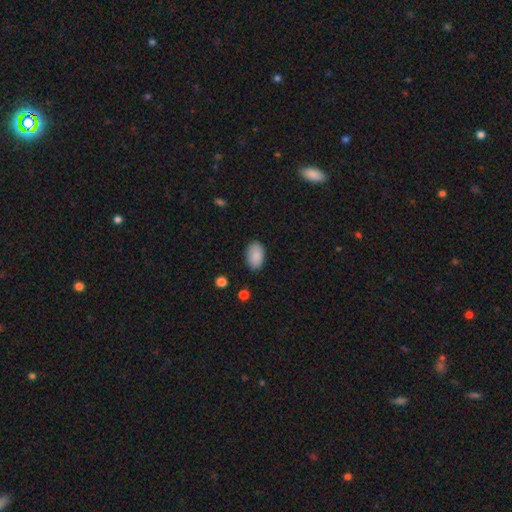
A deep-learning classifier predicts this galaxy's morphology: A smooth galaxy with no disk features (89%) that is in between round and cigar-shaped (91%). Merging: none (85%).